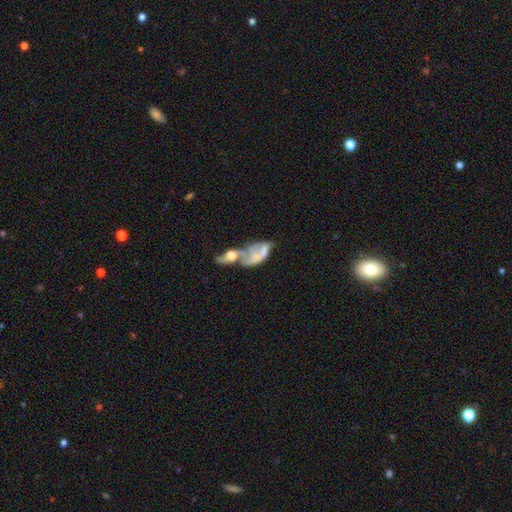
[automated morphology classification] Smooth or featured? featured or disk (53%)
Edge-on disk? no (94%)
Merging? merger (59%)